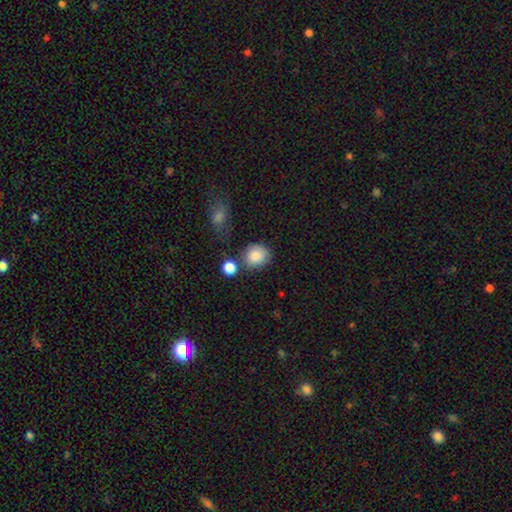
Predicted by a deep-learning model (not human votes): smooth_or_featured: smooth (p=0.86) [alt: star or artifact p=0.08]
how_rounded: round (p=0.76) [alt: in between p=0.23]
merging: none (p=0.67) [alt: minor disturbance p=0.17]